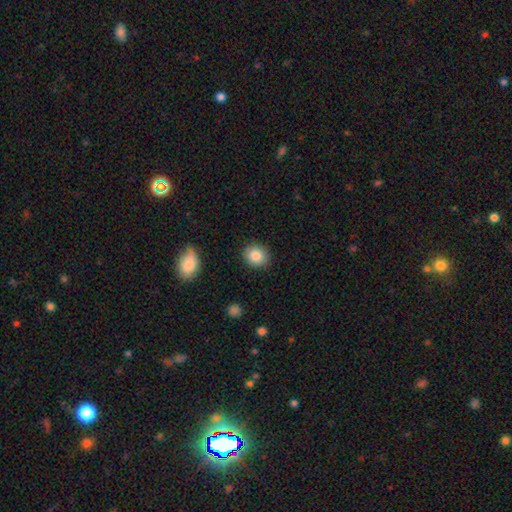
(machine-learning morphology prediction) smooth_or_featured: smooth (p=0.86) [alt: star or artifact p=0.08]
how_rounded: round (p=0.75) [alt: in between p=0.24]
merging: none (p=0.89) [alt: minor disturbance p=0.08]